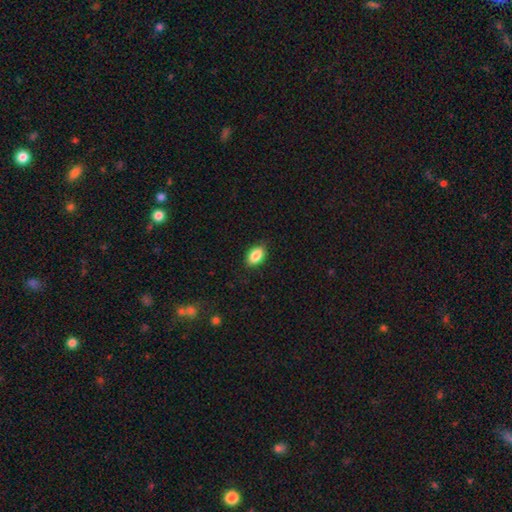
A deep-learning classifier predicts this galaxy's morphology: Q: Smooth or featured?
A: smooth (86%); runner-up: star or artifact (7%)
Q: How rounded?
A: in between (91%); runner-up: round (8%)
Q: Merging?
A: none (86%); runner-up: minor disturbance (11%)